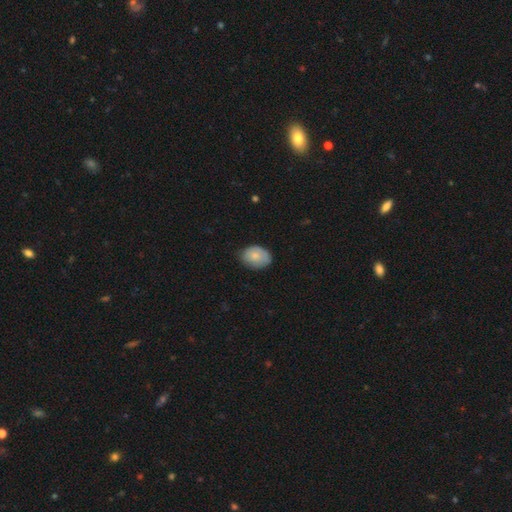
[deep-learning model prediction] smooth 77%, featured or disk 17%, star or artifact 7%. Down the decision tree: how rounded — in between (76%); merging — none (69%).